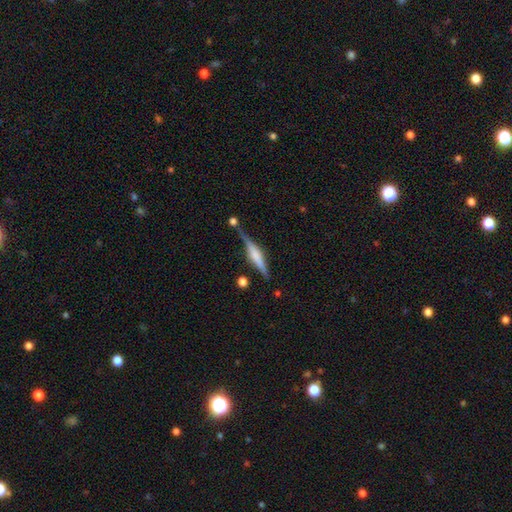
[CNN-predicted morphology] Smooth or featured? Predicted: featured or disk (p=0.70). Edge-on disk? Predicted: yes (p=0.97). Edge-on bulge? Predicted: rounded (p=0.54). Merging? Predicted: none (p=0.70).